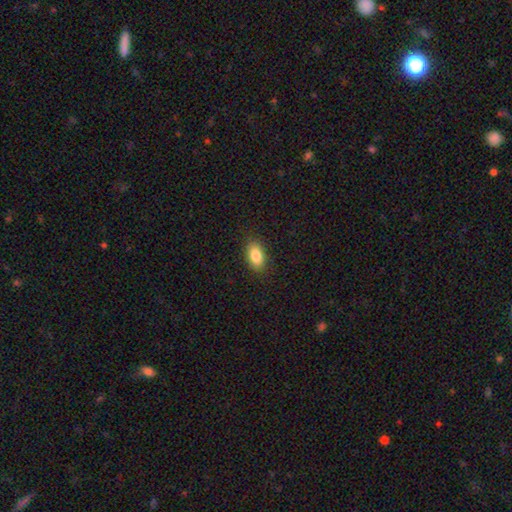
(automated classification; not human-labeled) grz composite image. It shows a smooth galaxy with no disk features (86%) that is in between round and cigar-shaped (90%). Merging: none (87%).